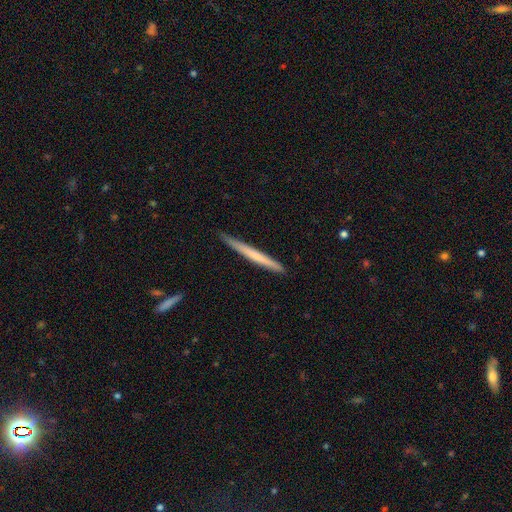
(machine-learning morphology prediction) type=smooth (55%); roundness=cigar-shaped (97%); merging=none (87%).